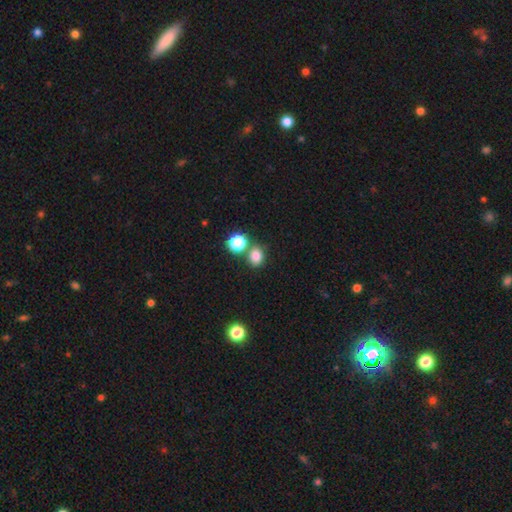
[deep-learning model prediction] Smooth or featured?
  - smooth: 81% *
  - star or artifact: 14%
  - featured or disk: 5%
How rounded?
  - round: 56% *
  - in between: 43%
  - cigar-shaped: 1%
Merging?
  - none: 65% *
  - merger: 22%
  - minor disturbance: 10%
  - major disturbance: 3%